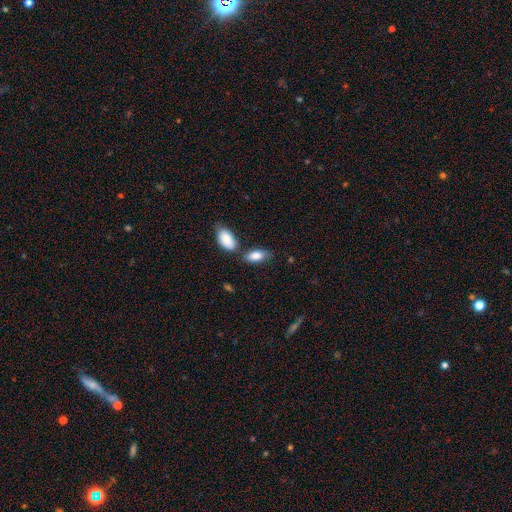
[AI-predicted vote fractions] This appears to be a smooth galaxy with no disk features (84%) that is in between round and cigar-shaped (90%). Merging: none (61%).